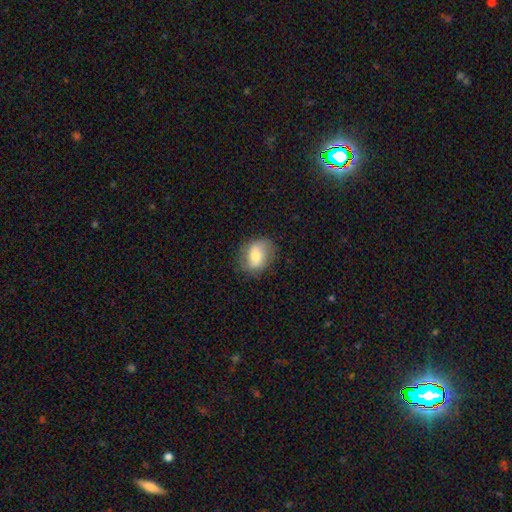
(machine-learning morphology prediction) The model was most divided on "smooth or featured": smooth: 51%, featured or disk: 40%, star or artifact: 8%. More confident: merging — none (77%); how rounded — in between (58%).